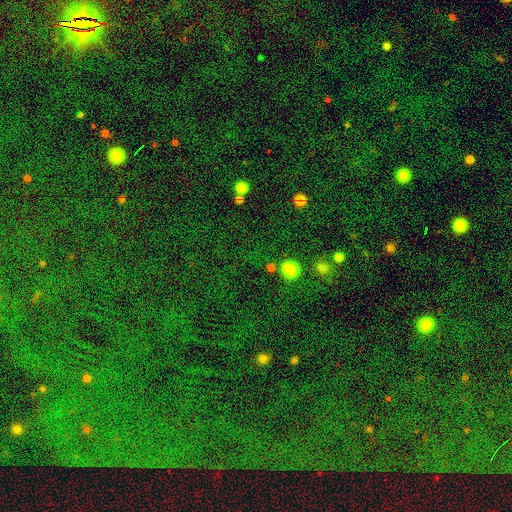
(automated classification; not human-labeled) The model was most divided on "smooth or featured": star or artifact: 64%, smooth: 29%, featured or disk: 7%.